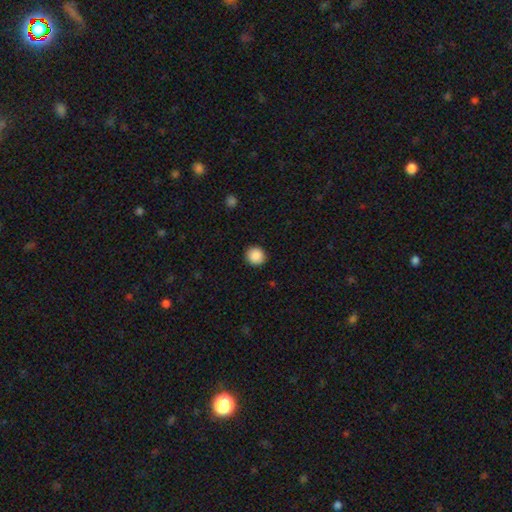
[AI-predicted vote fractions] Smooth or featured?
  - smooth: 89% *
  - star or artifact: 8%
  - featured or disk: 3%
How rounded?
  - round: 93% *
  - in between: 6%
  - cigar-shaped: 1%
Merging?
  - none: 92% *
  - minor disturbance: 6%
  - major disturbance: 2%
  - merger: 1%